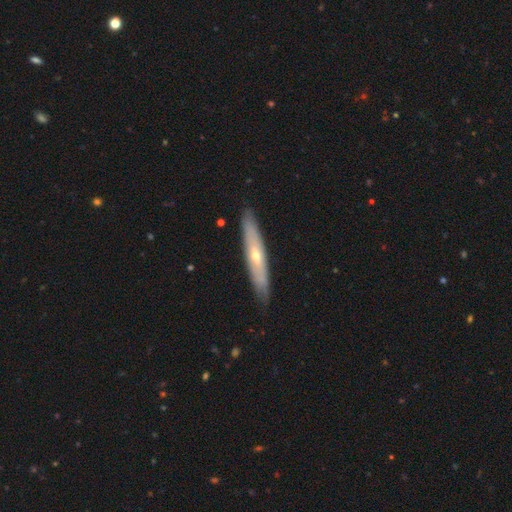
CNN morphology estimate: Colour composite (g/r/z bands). It shows a featured or disk galaxy (60%) viewed edge-on (69%). Merging: none (87%).